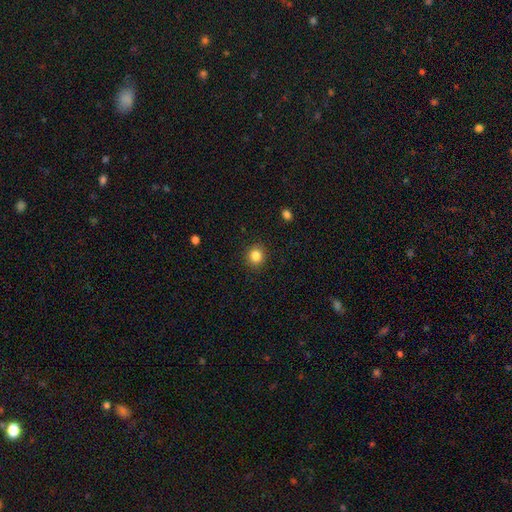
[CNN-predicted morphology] smooth_or_featured: smooth (p=0.85) [alt: star or artifact p=0.10]
how_rounded: round (p=0.87) [alt: in between p=0.12]
merging: none (p=0.90) [alt: minor disturbance p=0.07]